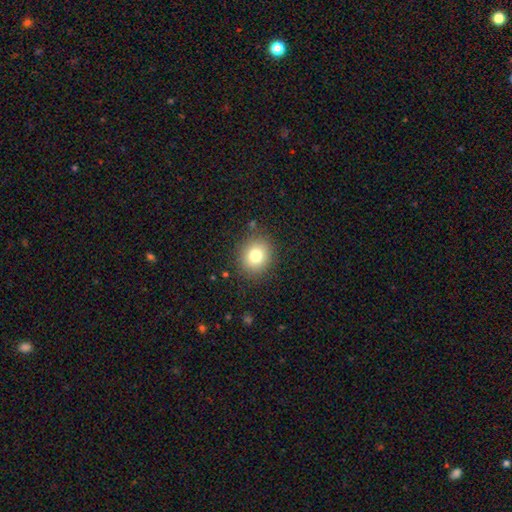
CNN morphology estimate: Q: Smooth or featured?
A: smooth (79%); runner-up: star or artifact (12%)
Q: How rounded?
A: round (72%); runner-up: in between (27%)
Q: Merging?
A: none (86%); runner-up: minor disturbance (9%)